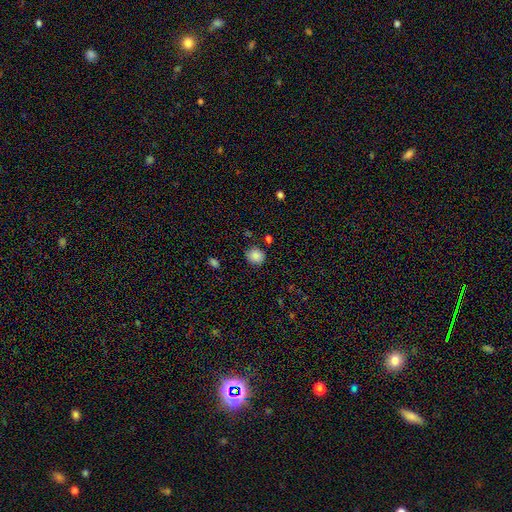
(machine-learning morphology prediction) A smooth galaxy with no disk features (86%) that is round (84%). Merging: none (81%).